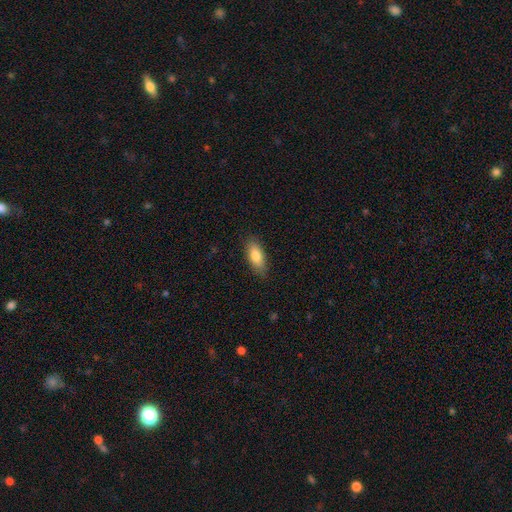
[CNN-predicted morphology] A smooth galaxy with no disk features (81%) that is in between round and cigar-shaped (78%). Merging: none (85%).